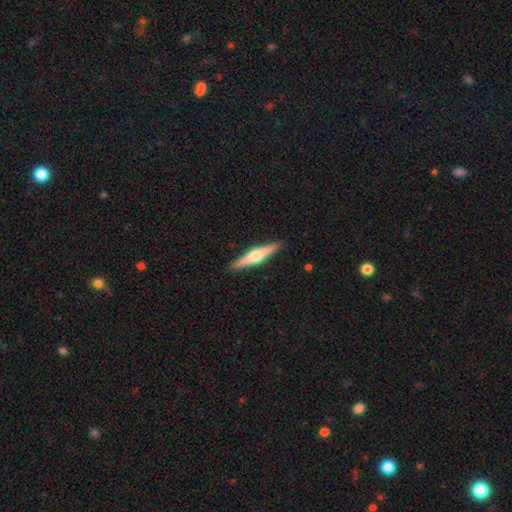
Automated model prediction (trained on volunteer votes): Q: Smooth or featured?
A: featured or disk (70%); runner-up: smooth (25%)
Q: Edge-on disk?
A: yes (98%); runner-up: no (2%)
Q: Edge-on bulge?
A: rounded (92%); runner-up: boxy (5%)
Q: Merging?
A: none (91%); runner-up: minor disturbance (6%)